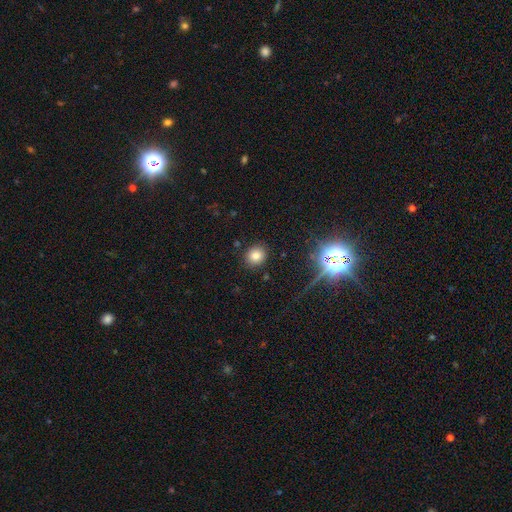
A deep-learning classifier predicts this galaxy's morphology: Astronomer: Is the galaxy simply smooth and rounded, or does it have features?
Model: smooth — 78%.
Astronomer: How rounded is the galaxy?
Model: round — 77%.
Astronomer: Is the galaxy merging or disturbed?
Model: none — 88%.